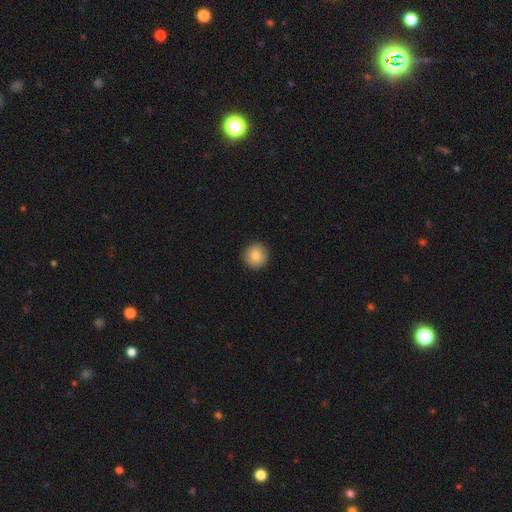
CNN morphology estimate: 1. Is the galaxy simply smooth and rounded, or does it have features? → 84% smooth, 8% star or artifact, 8% featured or disk.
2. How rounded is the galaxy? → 94% round, 5% in between, 1% cigar-shaped.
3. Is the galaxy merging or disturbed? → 91% none, 6% minor disturbance, 2% major disturbance, 1% merger.